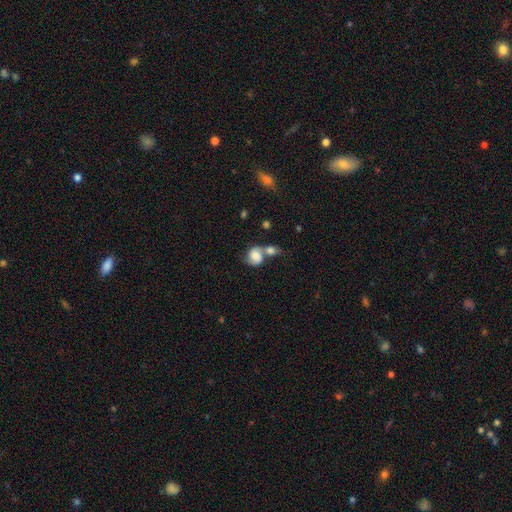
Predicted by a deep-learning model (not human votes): This appears to be a smooth galaxy with no disk features (55%) that is round (60%). Merging: merger (56%).